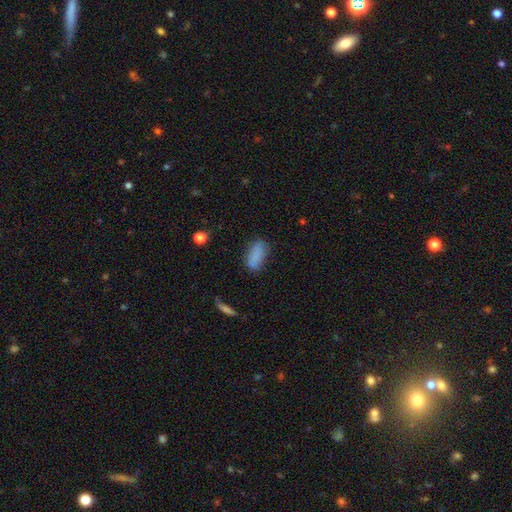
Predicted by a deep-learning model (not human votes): smooth-or-featured: smooth: 85% | star or artifact: 9% | featured or disk: 7%
  how-rounded: in between: 83% | cigar-shaped: 14% | round: 3%
  merging: none: 74% | minor disturbance: 19% | major disturbance: 5% | merger: 2%